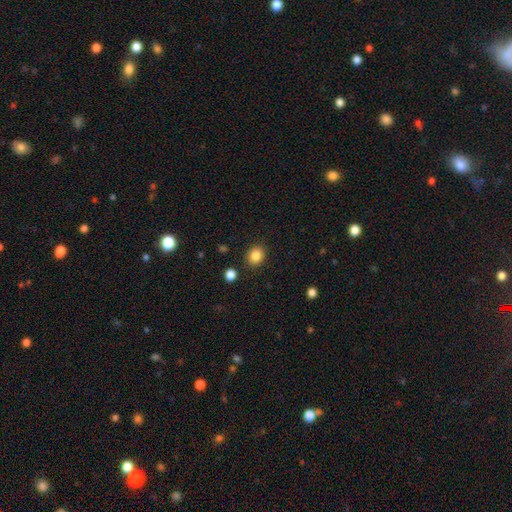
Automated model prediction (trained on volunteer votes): Smooth or featured? Predicted: smooth (p=0.86). How rounded? Predicted: round (p=0.65). Merging? Predicted: none (p=0.89).